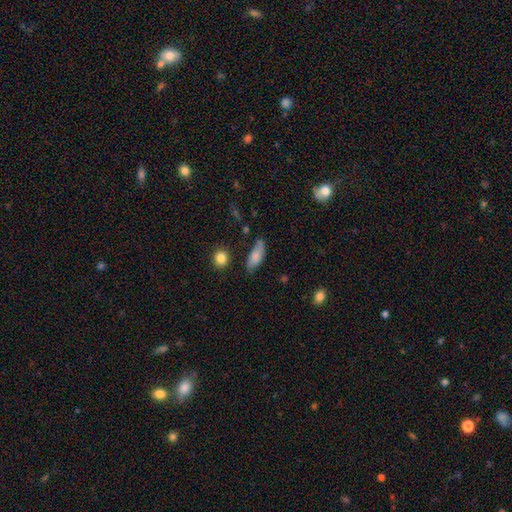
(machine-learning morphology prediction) This appears to be a smooth galaxy with no disk features (76%) that is in between round and cigar-shaped (73%). Merging: none (68%).